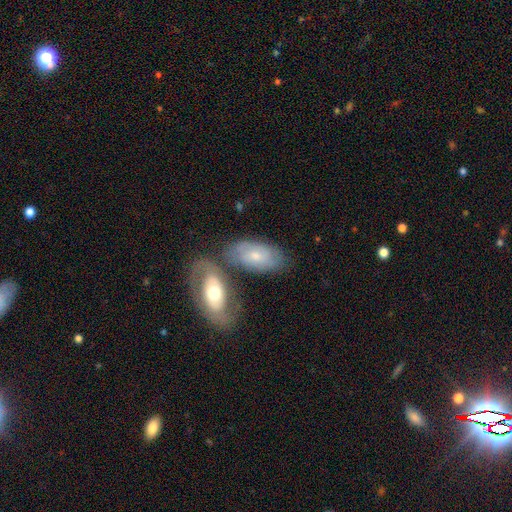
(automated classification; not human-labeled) This appears to be a featured or disk galaxy (49%). Merging: none (53%).